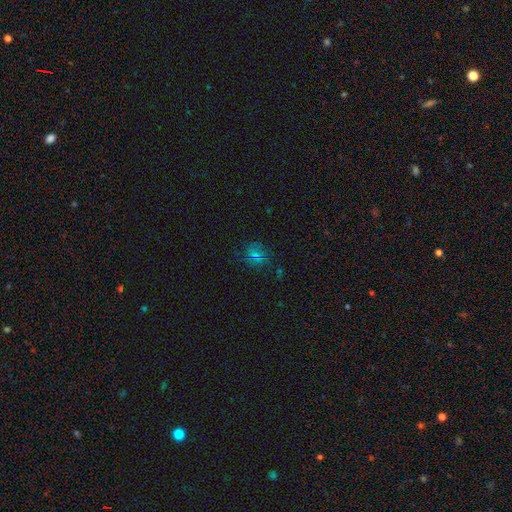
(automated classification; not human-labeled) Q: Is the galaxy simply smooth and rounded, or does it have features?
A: smooth — 45%.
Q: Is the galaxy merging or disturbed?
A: none — 68%.